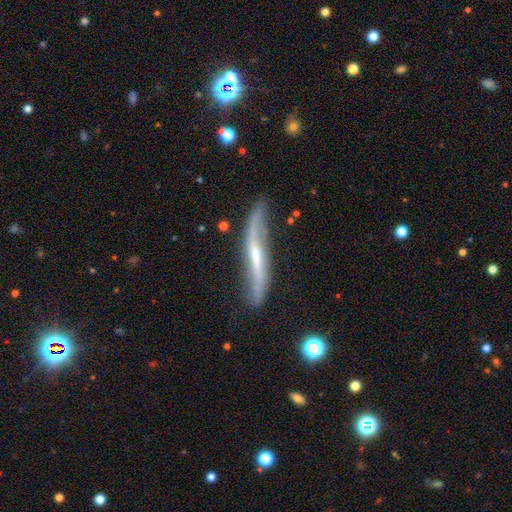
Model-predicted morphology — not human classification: Smooth or featured? featured or disk (77%)
Edge-on disk? yes (59%)
Merging? none (66%)